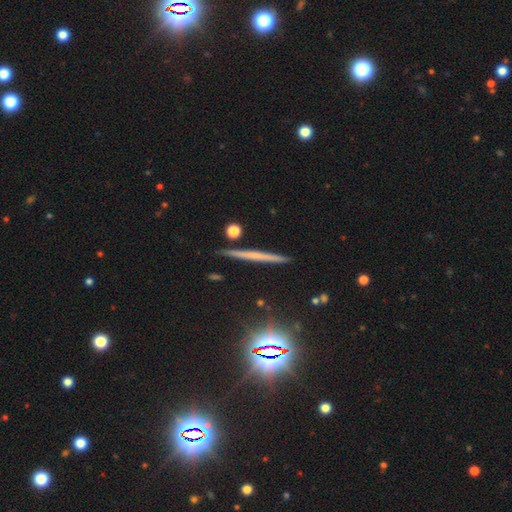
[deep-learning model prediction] Smooth or featured? Predicted: featured or disk (p=0.45). Merging? Predicted: none (p=0.90).